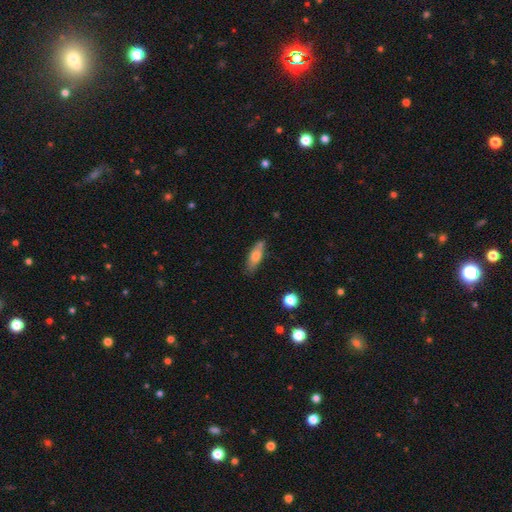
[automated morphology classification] Smooth or featured? smooth (68%)
How rounded? in between (53%)
Merging? none (74%)